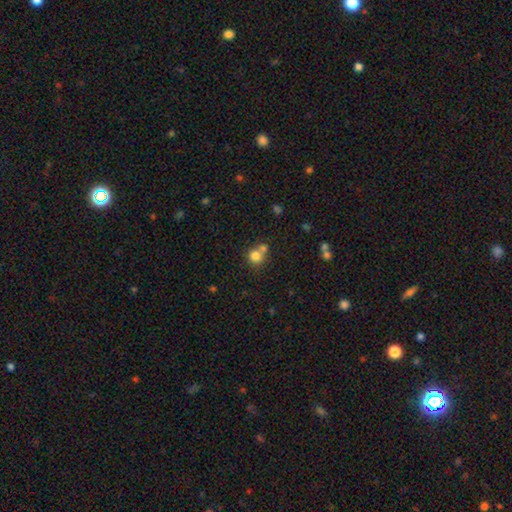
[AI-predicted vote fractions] A smooth galaxy with no disk features (79%) that is round (87%). Merging: none (49%).